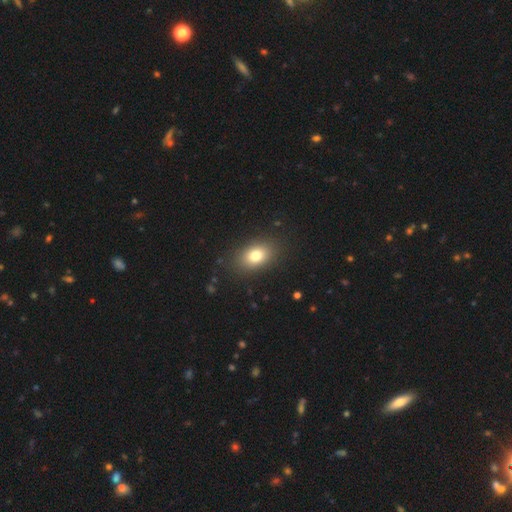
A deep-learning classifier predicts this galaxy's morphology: smooth_or_featured: smooth (p=0.78) [alt: featured or disk p=0.11]
how_rounded: in between (p=0.80) [alt: round p=0.19]
merging: none (p=0.86) [alt: minor disturbance p=0.09]